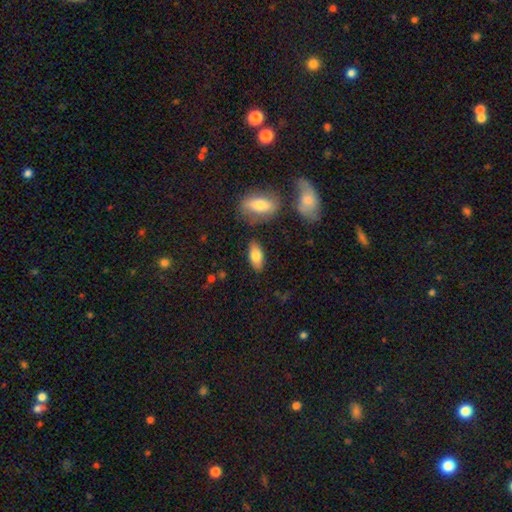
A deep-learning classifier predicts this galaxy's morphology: Smooth or featured: smooth — 78% (featured or disk — 15%)
How rounded: in between — 87% (cigar-shaped — 10%)
Merging: none — 83% (minor disturbance — 10%)